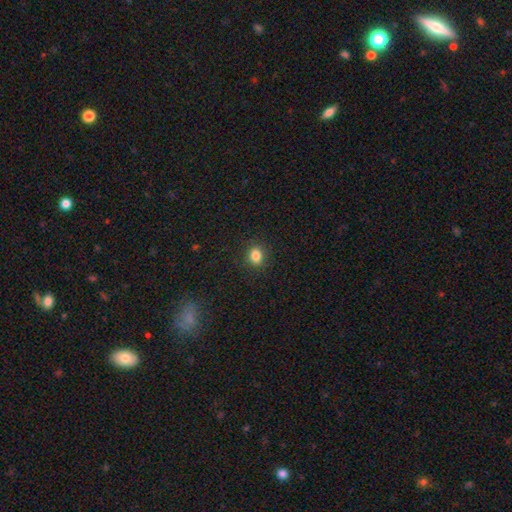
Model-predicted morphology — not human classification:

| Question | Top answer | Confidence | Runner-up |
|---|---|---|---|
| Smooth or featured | smooth | 83% | star or artifact (11%) |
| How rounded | in between | 50% | round (49%) |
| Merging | none | 89% | minor disturbance (8%) |